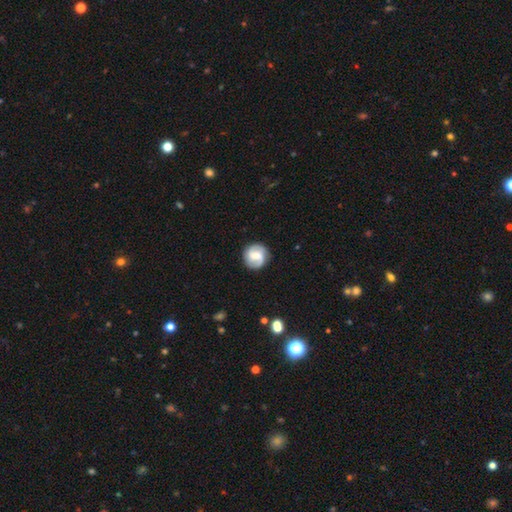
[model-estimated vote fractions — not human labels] smooth_or_featured: featured or disk (p=0.64) [alt: smooth p=0.30]
disk_edge_on: no (p=0.98) [alt: yes p=0.02]
bar: weak (p=0.53) [alt: no p=0.27]
has_spiral_arms: yes (p=0.91) [alt: no p=0.09]
spiral_winding: medium (p=0.43) [alt: loose p=0.29]
spiral_arm_count: 2 (p=0.81) [alt: can't tell p=0.08]
bulge_size: moderate (p=0.46) [alt: small p=0.31]
merging: none (p=0.84) [alt: minor disturbance p=0.11]